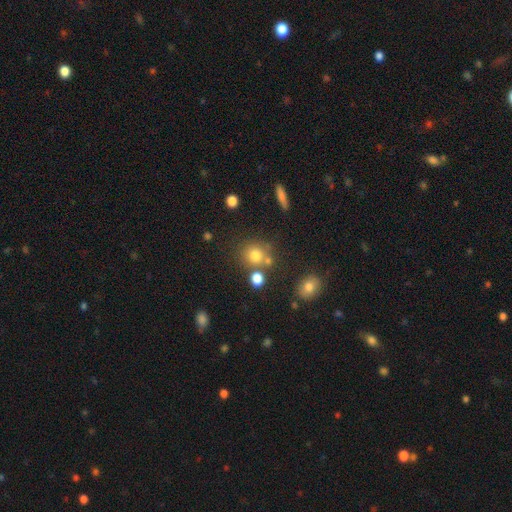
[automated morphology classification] This is likely a smooth galaxy (76%). How rounded: clearly round (83%). Merging: likely none (64%).